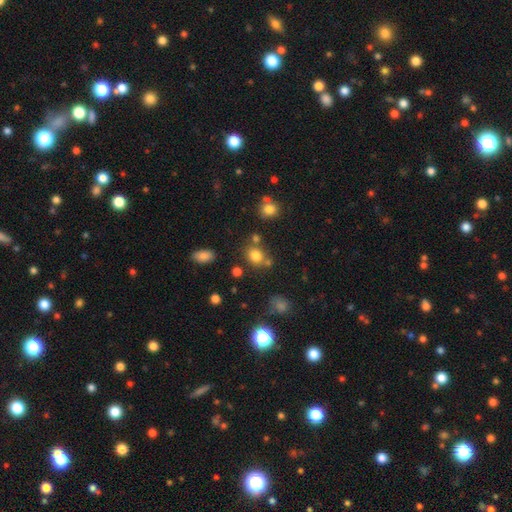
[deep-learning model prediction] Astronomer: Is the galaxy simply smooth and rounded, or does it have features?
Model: smooth — 79%.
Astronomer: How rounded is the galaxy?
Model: round — 65%.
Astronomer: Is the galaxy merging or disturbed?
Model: none — 67%.